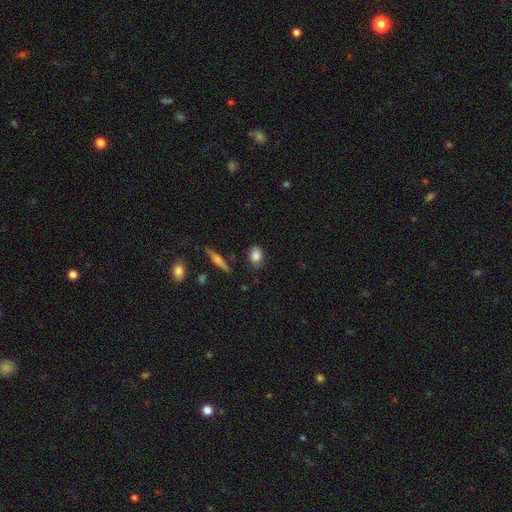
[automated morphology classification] A smooth galaxy with no disk features (84%) that is in between round and cigar-shaped (65%).

Vote fractions:
- Smooth or featured? smooth: 84% / featured or disk: 8% / star or artifact: 8%
- How rounded? in between: 65% / round: 31% / cigar-shaped: 4%
- Merging? none: 78% / minor disturbance: 16% / major disturbance: 3% / merger: 3%